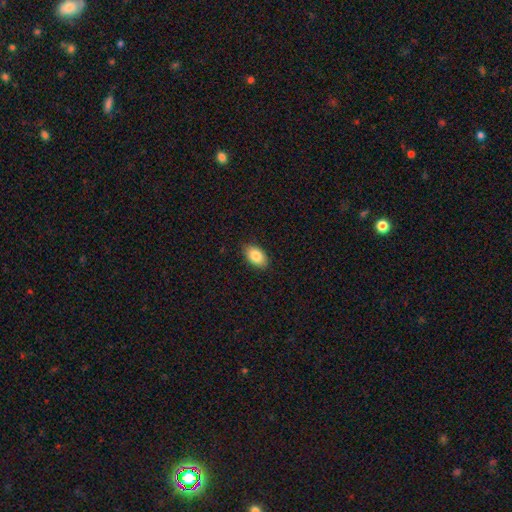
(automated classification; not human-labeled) Smooth or featured?
  - smooth: 86% *
  - featured or disk: 7%
  - star or artifact: 7%
How rounded?
  - in between: 93% *
  - round: 6%
  - cigar-shaped: 1%
Merging?
  - none: 87% *
  - minor disturbance: 10%
  - major disturbance: 2%
  - merger: 1%